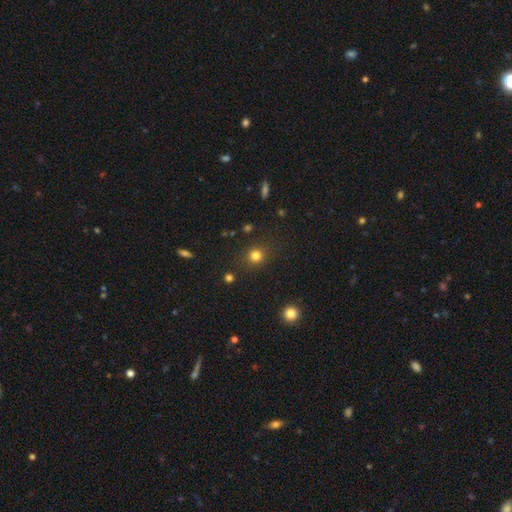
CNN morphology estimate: smooth_or_featured: smooth (p=0.80) [alt: star or artifact p=0.15]
how_rounded: round (p=0.87) [alt: in between p=0.12]
merging: none (p=0.86) [alt: minor disturbance p=0.08]